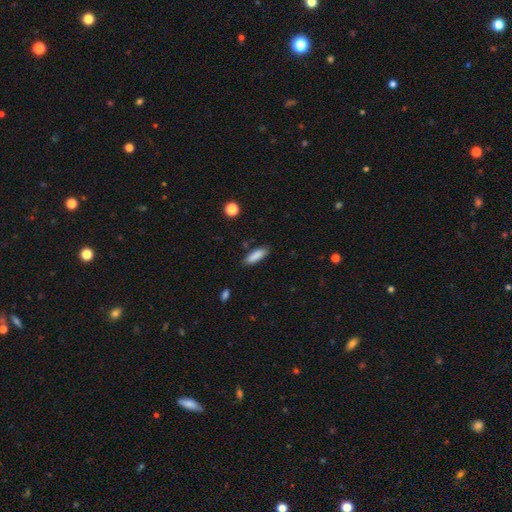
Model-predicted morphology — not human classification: Smooth or featured? smooth (87%)
How rounded? in between (52%)
Merging? none (85%)